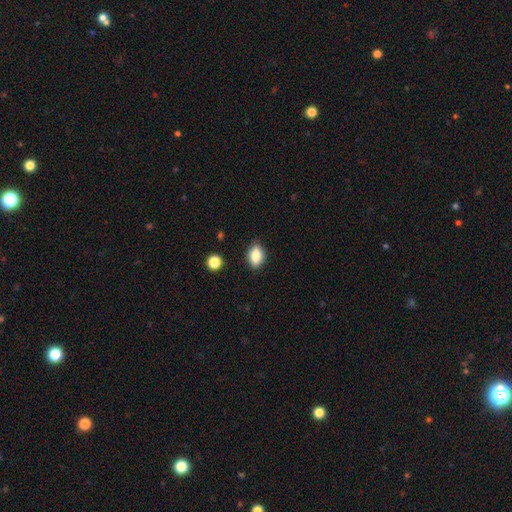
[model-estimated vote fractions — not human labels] smooth-or-featured: smooth: 80% | featured or disk: 11% | star or artifact: 9%
  how-rounded: in between: 80% | round: 17% | cigar-shaped: 3%
  merging: none: 85% | minor disturbance: 11% | major disturbance: 2% | merger: 1%